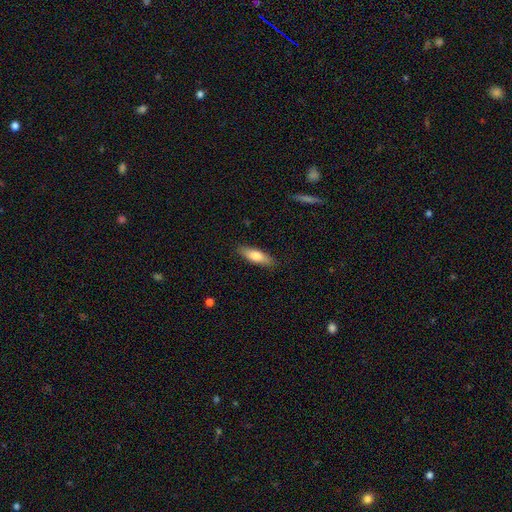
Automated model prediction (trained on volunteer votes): This is likely a smooth galaxy (74%). How rounded: possibly in between (54%). Merging: clearly none (87%).